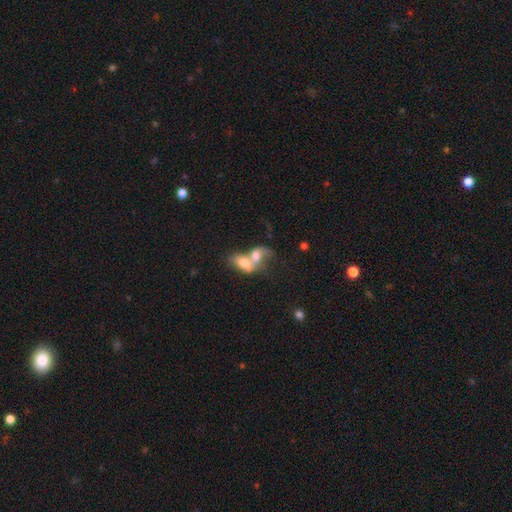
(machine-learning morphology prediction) Smooth or featured: smooth — 61% (featured or disk — 30%)
How rounded: in between — 81% (round — 15%)
Merging: merger — 83% (none — 8%)